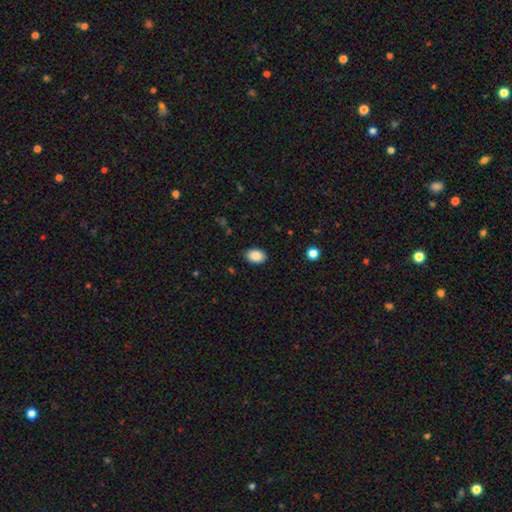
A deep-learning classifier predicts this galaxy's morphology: A smooth galaxy with no disk features (88%) that is in between round and cigar-shaped (80%).

Vote fractions:
- Smooth or featured? smooth: 88% / star or artifact: 8% / featured or disk: 4%
- How rounded? in between: 80% / round: 19% / cigar-shaped: 1%
- Merging? none: 88% / minor disturbance: 9% / major disturbance: 2% / merger: 1%